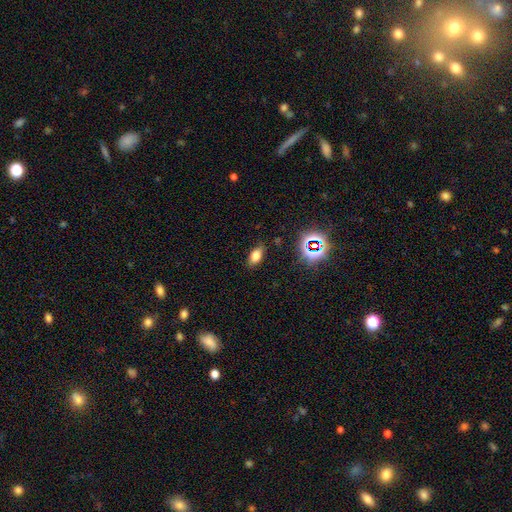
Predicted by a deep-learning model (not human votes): Smooth or featured: smooth — 73% (star or artifact — 17%)
How rounded: in between — 85% (cigar-shaped — 8%)
Merging: none — 84% (minor disturbance — 11%)